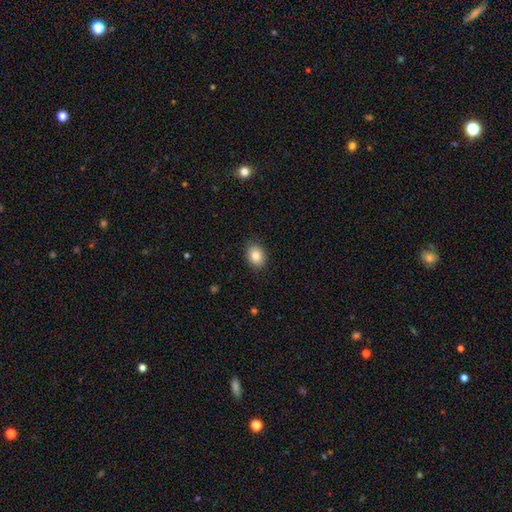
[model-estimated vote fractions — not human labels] This is clearly a smooth galaxy (85%). How rounded: likely in between (65%). Merging: clearly none (88%).